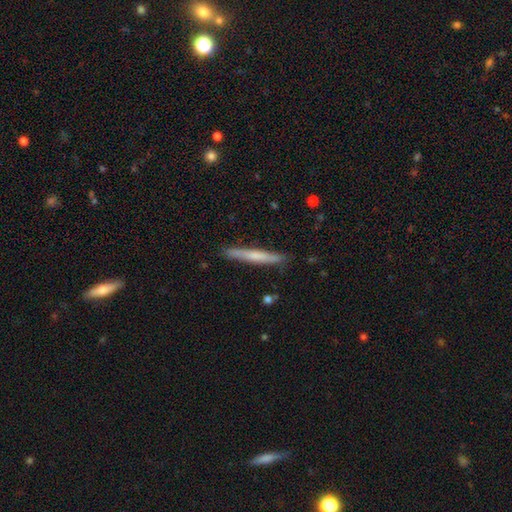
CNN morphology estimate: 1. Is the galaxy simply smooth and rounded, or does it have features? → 56% smooth, 38% featured or disk, 6% star or artifact.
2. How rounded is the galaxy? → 96% cigar-shaped, 3% in between, 1% round.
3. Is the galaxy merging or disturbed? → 88% none, 9% minor disturbance, 2% major disturbance, 1% merger.